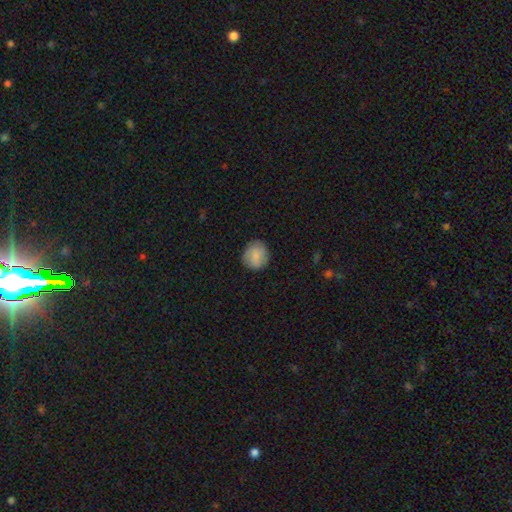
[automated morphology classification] smooth 82%, featured or disk 10%, star or artifact 8%. Down the decision tree: how rounded — round (81%); merging — none (82%).